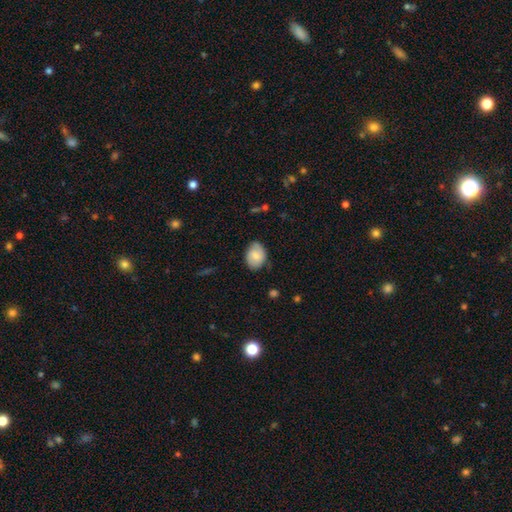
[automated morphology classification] smooth 77%, featured or disk 16%, star or artifact 7%. Down the decision tree: how rounded — in between (72%); merging — none (74%).